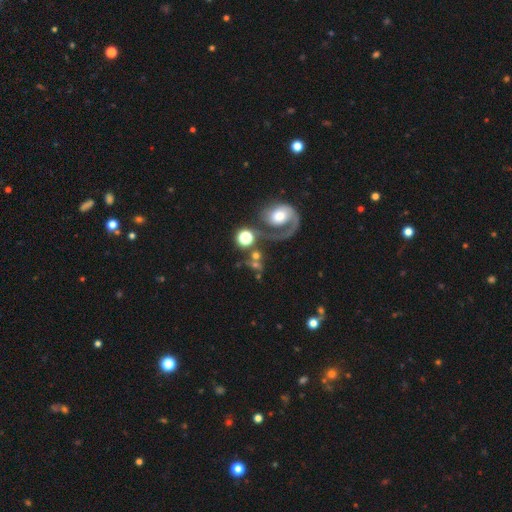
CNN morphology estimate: This appears to be a smooth galaxy with no disk features (44%). Merging: none (40%).